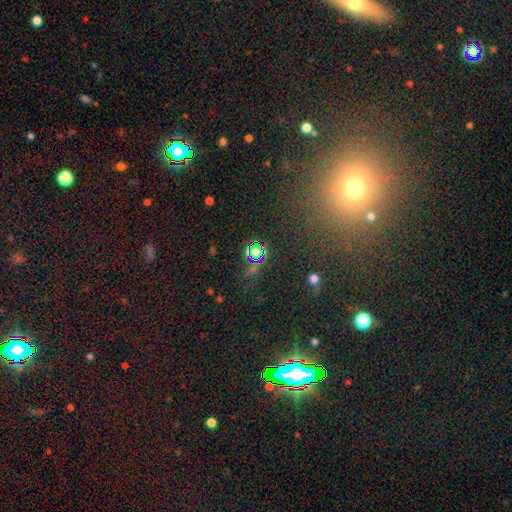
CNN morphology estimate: Smooth or featured?
  - star or artifact: 60% *
  - smooth: 30%
  - featured or disk: 10%